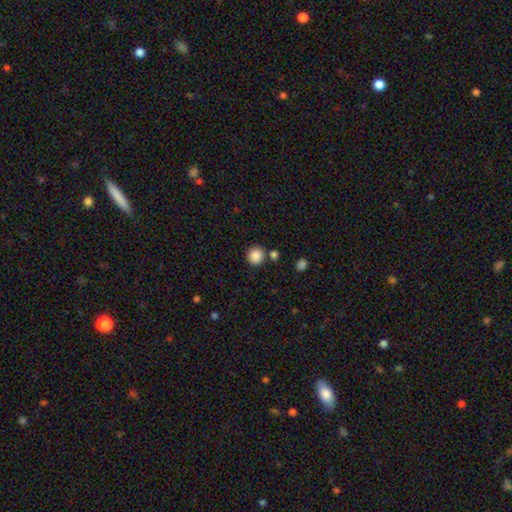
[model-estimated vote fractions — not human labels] Morphology: type=smooth (87%); roundness=round (93%); merging=none (82%).